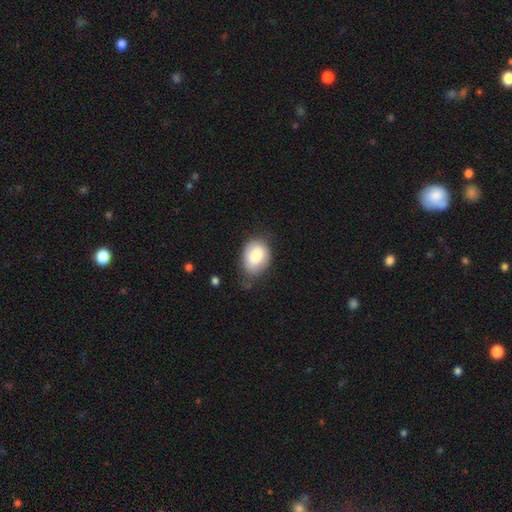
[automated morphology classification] Smooth or featured? Predicted: smooth (p=0.80). How rounded? Predicted: in between (p=0.74). Merging? Predicted: none (p=0.62).